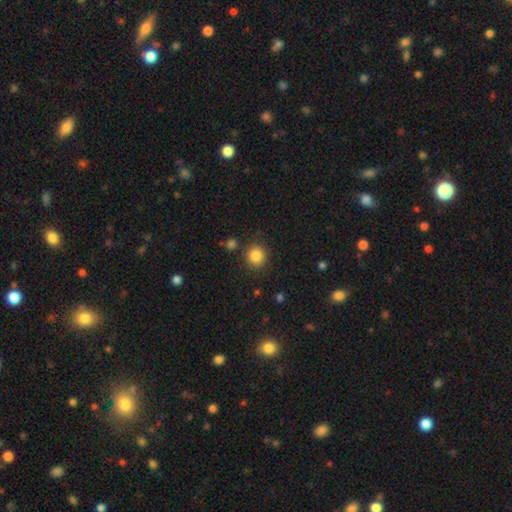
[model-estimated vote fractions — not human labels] This appears to be a smooth galaxy with no disk features (85%) that is round (91%). Merging: none (86%).